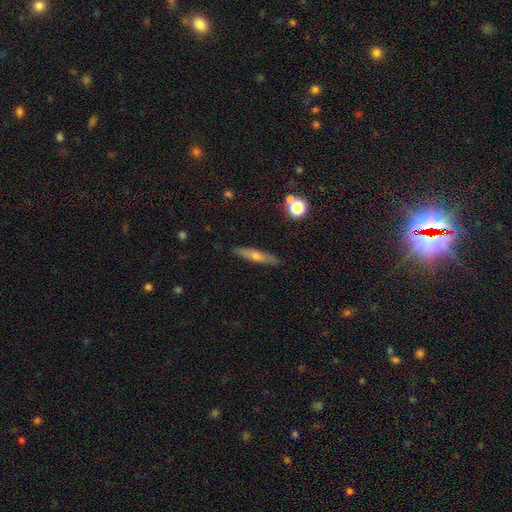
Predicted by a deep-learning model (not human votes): smooth 48%, featured or disk 44%, star or artifact 8%. Down the decision tree: merging — none (89%).